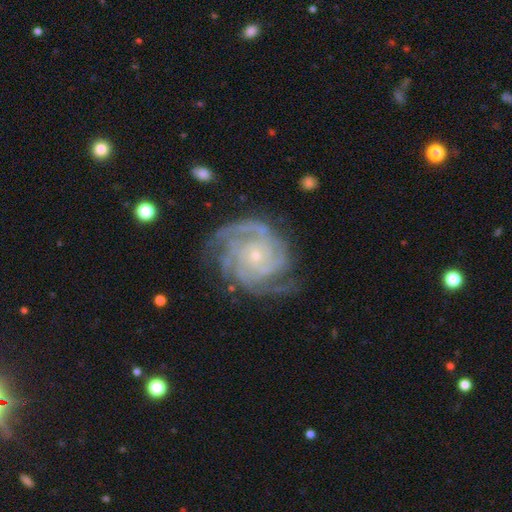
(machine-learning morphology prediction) This is clearly a featured or disk galaxy (91%). It is clearly not viewed edge-on (98%). Bar: likely no (78%). Spiral arm pattern: clearly yes (98%). Spiral arm count: marginally 4 (31%). Spiral winding: likely tight (68%). Central bulge: clearly small (82%). Merging: likely none (72%).